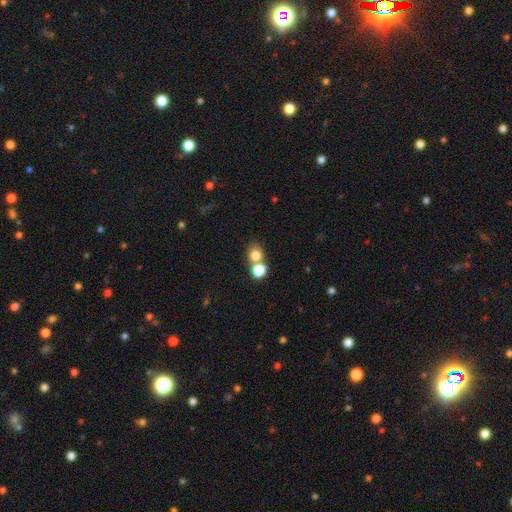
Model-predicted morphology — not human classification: Smooth or featured? Predicted: smooth (p=0.77). How rounded? Predicted: round (p=0.70). Merging? Predicted: none (p=0.48).